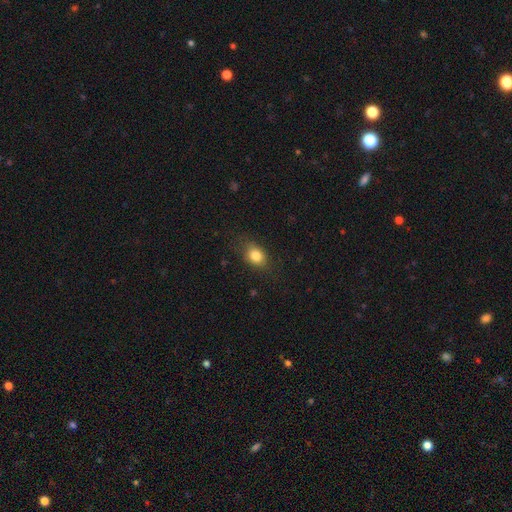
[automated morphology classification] type=smooth (82%); roundness=in between (64%); merging=none (78%).